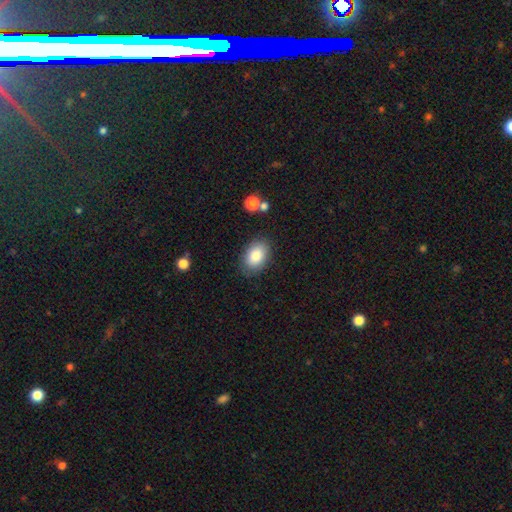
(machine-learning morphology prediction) A smooth galaxy with no disk features (85%) that is in between round and cigar-shaped (87%). Merging: none (83%).